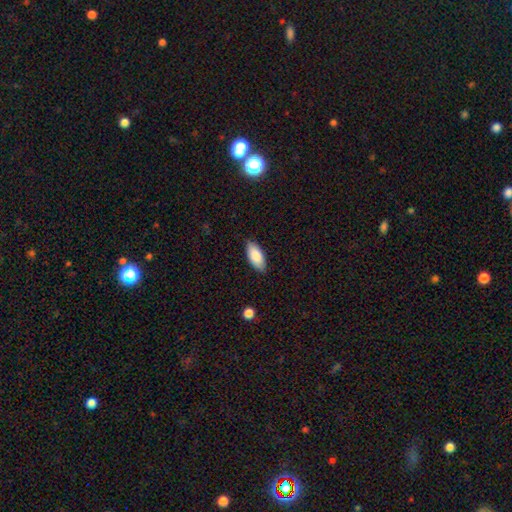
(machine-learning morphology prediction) Smooth or featured?
  - smooth: 85% *
  - featured or disk: 9%
  - star or artifact: 6%
How rounded?
  - in between: 90% *
  - cigar-shaped: 8%
  - round: 2%
Merging?
  - none: 84% *
  - minor disturbance: 13%
  - major disturbance: 2%
  - merger: 1%